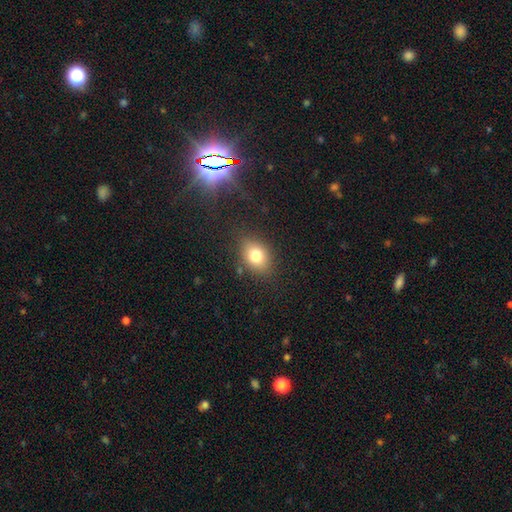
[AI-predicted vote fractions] Smooth or featured? Predicted: smooth (p=0.78). How rounded? Predicted: in between (p=0.68). Merging? Predicted: none (p=0.80).